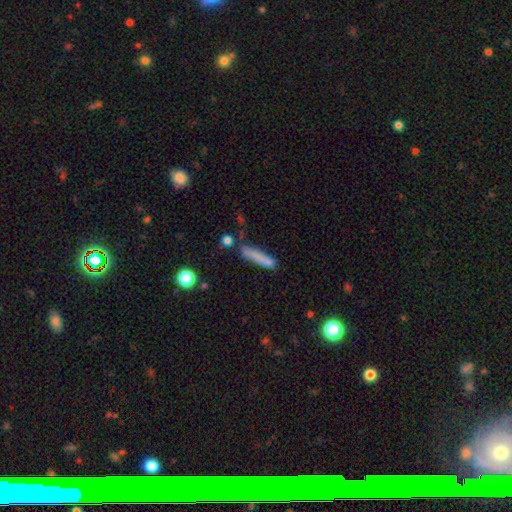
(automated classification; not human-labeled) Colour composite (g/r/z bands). It shows a smooth galaxy with no disk features (76%) that is cigar-shaped (87%). Merging: none (60%).